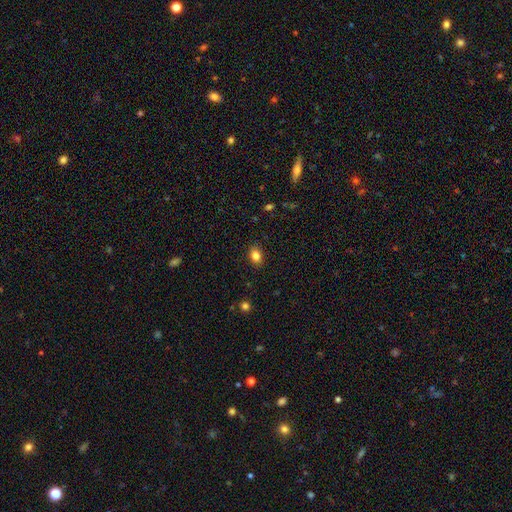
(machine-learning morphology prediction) A smooth galaxy with no disk features (84%) that is in between round and cigar-shaped (72%).

Vote fractions:
- Smooth or featured? smooth: 84% / star or artifact: 10% / featured or disk: 6%
- How rounded? in between: 72% / round: 27% / cigar-shaped: 1%
- Merging? none: 88% / minor disturbance: 9% / major disturbance: 2% / merger: 1%